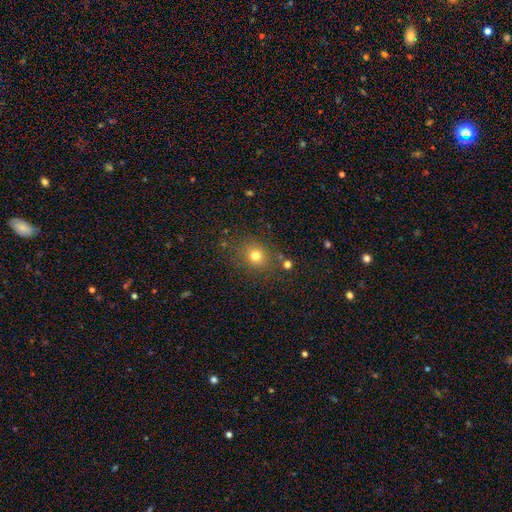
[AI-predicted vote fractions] Morphology: type=smooth (76%); roundness=round (78%); merging=none (79%).